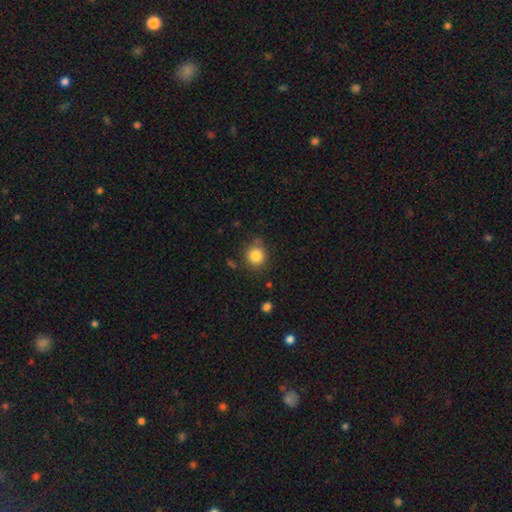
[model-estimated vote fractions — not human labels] Smooth or featured? Predicted: smooth (p=0.84). How rounded? Predicted: round (p=0.88). Merging? Predicted: none (p=0.79).